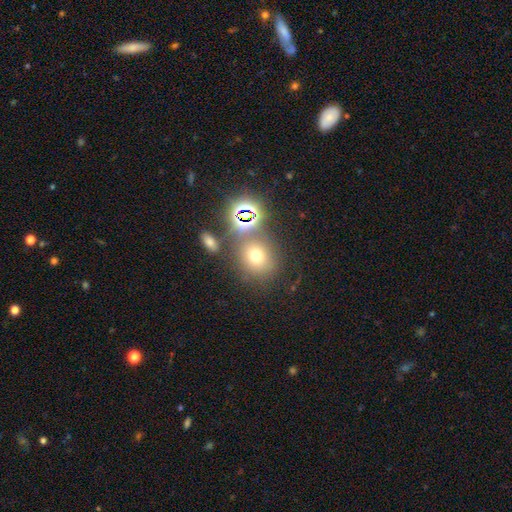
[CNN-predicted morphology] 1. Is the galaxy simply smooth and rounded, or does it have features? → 63% smooth, 25% star or artifact, 12% featured or disk.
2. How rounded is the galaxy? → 75% round, 24% in between, 1% cigar-shaped.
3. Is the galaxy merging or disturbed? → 66% none, 16% merger, 11% minor disturbance, 6% major disturbance.